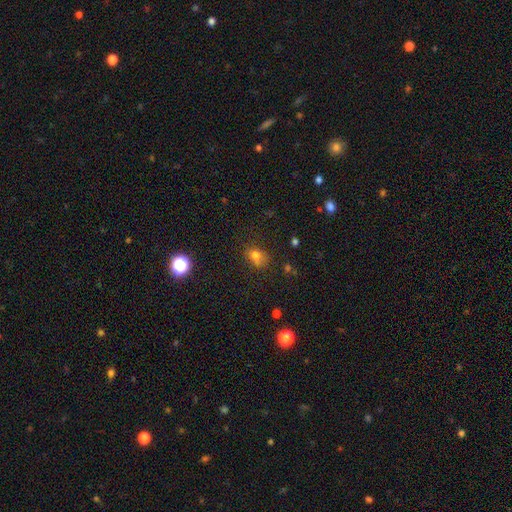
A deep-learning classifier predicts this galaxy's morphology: Overall: smooth (71%). How rounded: in between (50%; round 49%). Merging: none (61%; minor disturbance 21%).